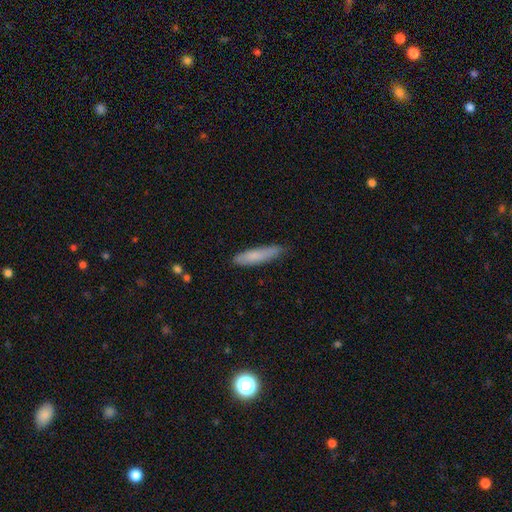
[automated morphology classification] A smooth galaxy with no disk features (78%) that is cigar-shaped (84%).

Vote fractions:
- Smooth or featured? smooth: 78% / featured or disk: 16% / star or artifact: 6%
- How rounded? cigar-shaped: 84% / in between: 15% / round: 1%
- Merging? none: 79% / minor disturbance: 17% / major disturbance: 3% / merger: 1%